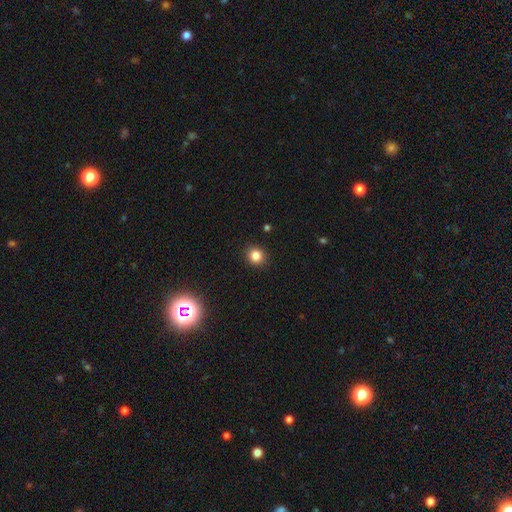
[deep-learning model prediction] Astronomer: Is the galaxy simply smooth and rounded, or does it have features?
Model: smooth — 83%.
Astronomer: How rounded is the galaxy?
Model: round — 87%.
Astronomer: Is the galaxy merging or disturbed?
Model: none — 91%.